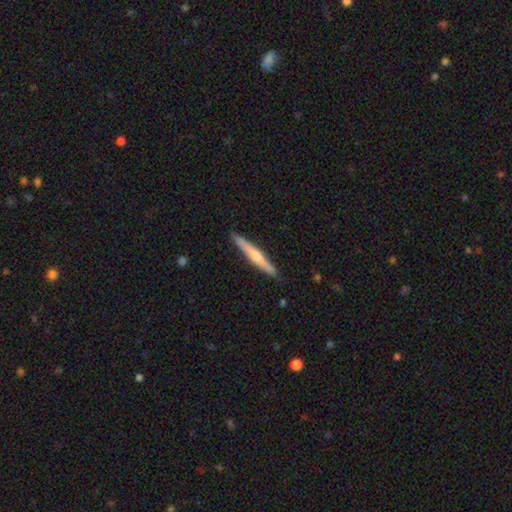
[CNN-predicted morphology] Smooth or featured: featured or disk — 48% (smooth — 47%)
Merging: none — 90% (minor disturbance — 7%)